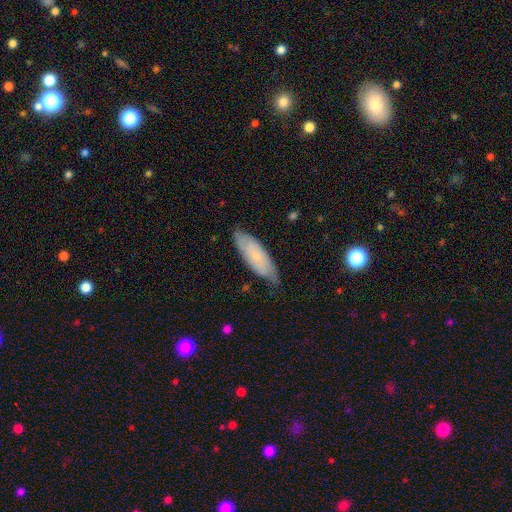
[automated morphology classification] smooth-or-featured: smooth: 53% | featured or disk: 40% | star or artifact: 7%
  how-rounded: in between: 58% | cigar-shaped: 40% | round: 2%
  merging: none: 69% | minor disturbance: 25% | major disturbance: 4% | merger: 2%